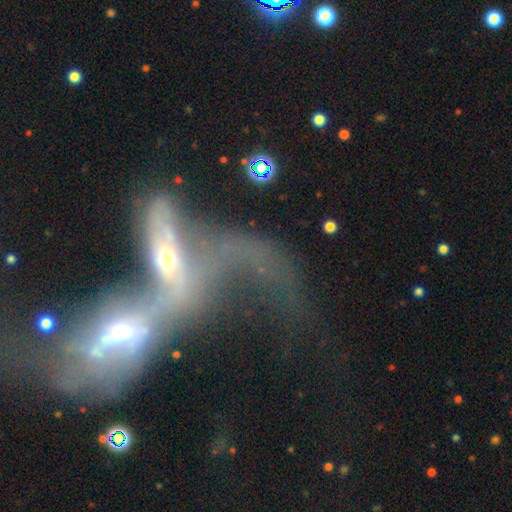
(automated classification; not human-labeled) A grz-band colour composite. It shows a featured or disk galaxy (66%) with no bar (62%), spiral arms (58%) and a moderate central bulge (52%). Merging: merger (79%).